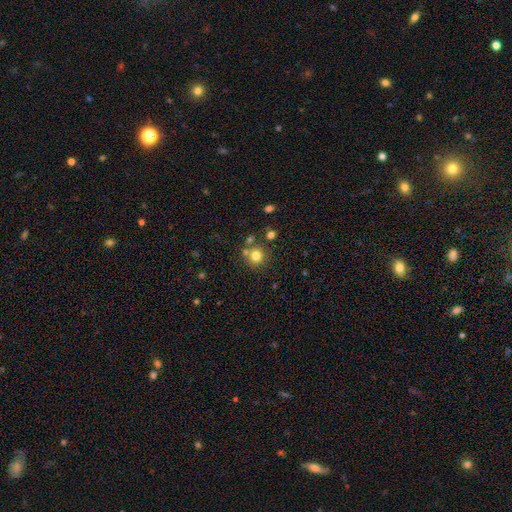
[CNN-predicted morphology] smooth-or-featured: smooth: 78% | star or artifact: 14% | featured or disk: 8%
  how-rounded: round: 90% | in between: 9% | cigar-shaped: 1%
  merging: none: 70% | merger: 17% | minor disturbance: 9% | major disturbance: 4%